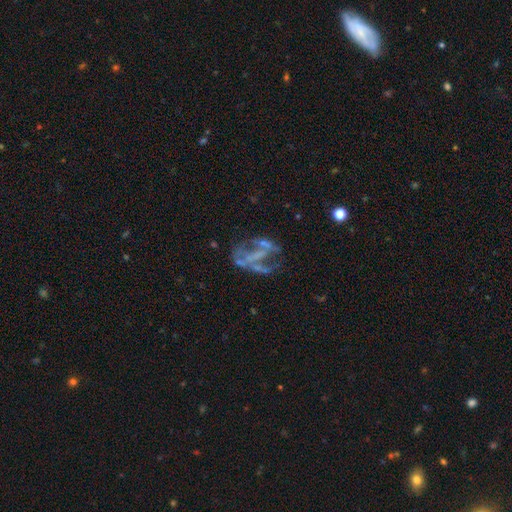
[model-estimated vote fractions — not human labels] Smooth or featured: featured or disk — 68% (star or artifact — 17%)
Edge-on disk: no — 96% (yes — 4%)
Bar: no — 60% (strong — 20%)
Spiral arms: no — 69% (yes — 31%)
Bulge size: none — 75% (small — 14%)
Merging: major disturbance — 38% (none — 36%)